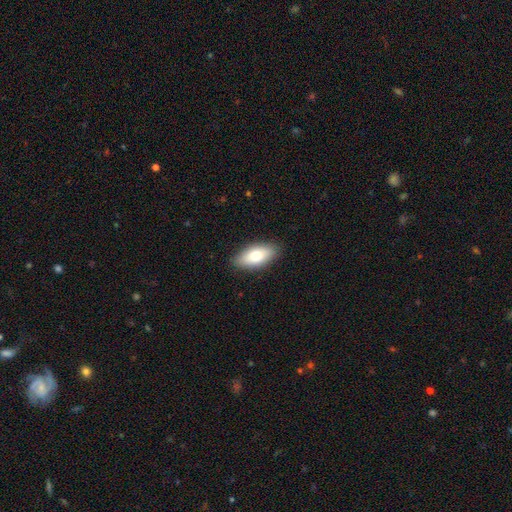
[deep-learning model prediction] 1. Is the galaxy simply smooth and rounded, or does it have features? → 74% smooth, 19% featured or disk, 6% star or artifact.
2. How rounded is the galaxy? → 87% in between, 10% cigar-shaped, 3% round.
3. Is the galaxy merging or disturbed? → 88% none, 9% minor disturbance, 2% major disturbance, 1% merger.